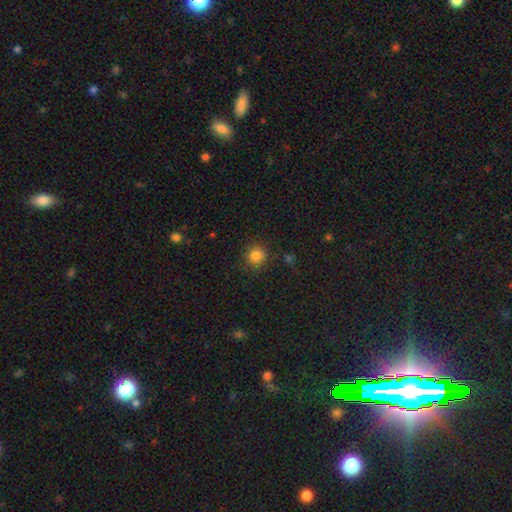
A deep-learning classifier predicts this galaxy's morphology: A smooth galaxy with no disk features (82%) that is round (91%).

Vote fractions:
- Smooth or featured? smooth: 82% / star or artifact: 13% / featured or disk: 5%
- How rounded? round: 91% / in between: 8% / cigar-shaped: 1%
- Merging? none: 86% / minor disturbance: 9% / major disturbance: 3% / merger: 2%